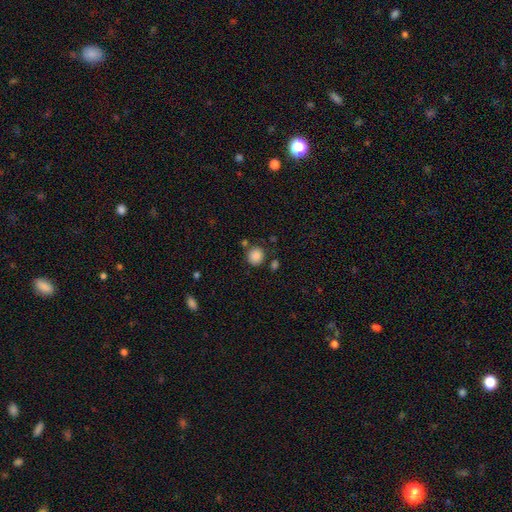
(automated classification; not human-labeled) Smooth or featured? smooth (87%)
How rounded? round (87%)
Merging? none (79%)